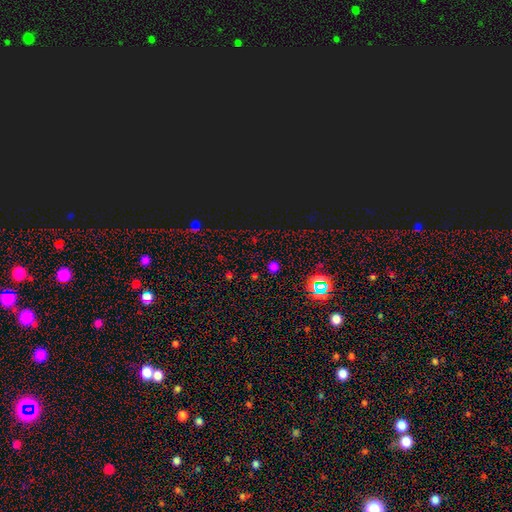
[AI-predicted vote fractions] Smooth or featured? Predicted: star or artifact (p=0.51).